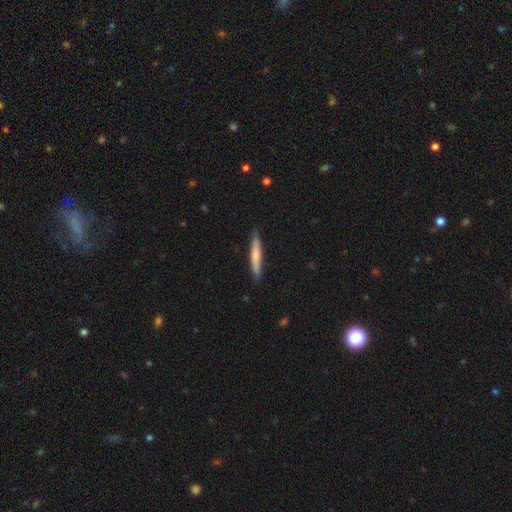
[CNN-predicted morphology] The model was most divided on "smooth or featured": smooth: 67%, featured or disk: 28%, star or artifact: 5%. More confident: how rounded — cigar-shaped (94%); merging — none (89%).